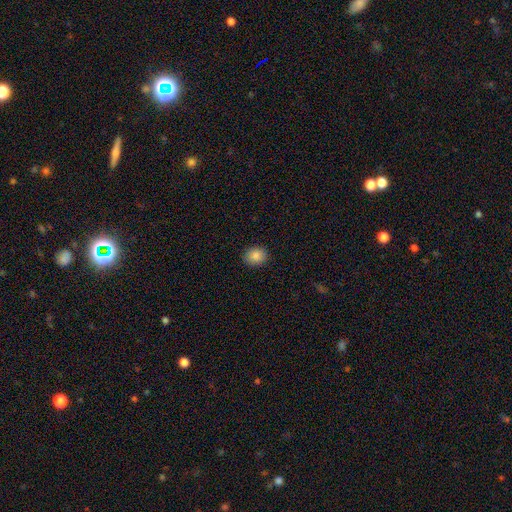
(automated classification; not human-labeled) Smooth or featured? smooth (85%)
How rounded? round (58%)
Merging? none (90%)